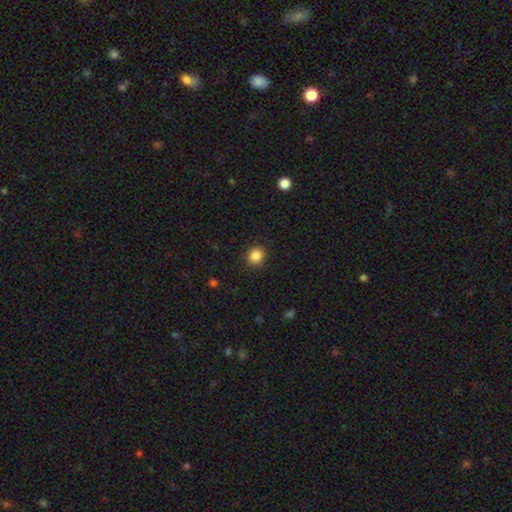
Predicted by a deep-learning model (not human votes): Smooth or featured: smooth — 86% (star or artifact — 10%)
How rounded: round — 88% (in between — 11%)
Merging: none — 90% (minor disturbance — 6%)